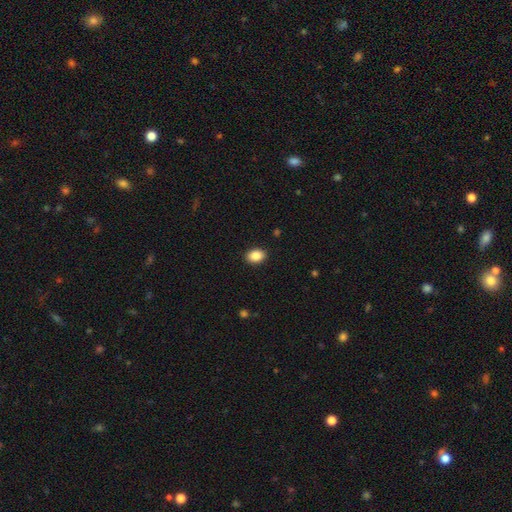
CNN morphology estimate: smooth-or-featured: smooth: 88% | star or artifact: 8% | featured or disk: 4%
  how-rounded: in between: 74% | round: 25% | cigar-shaped: 1%
  merging: none: 90% | minor disturbance: 7% | major disturbance: 2% | merger: 1%